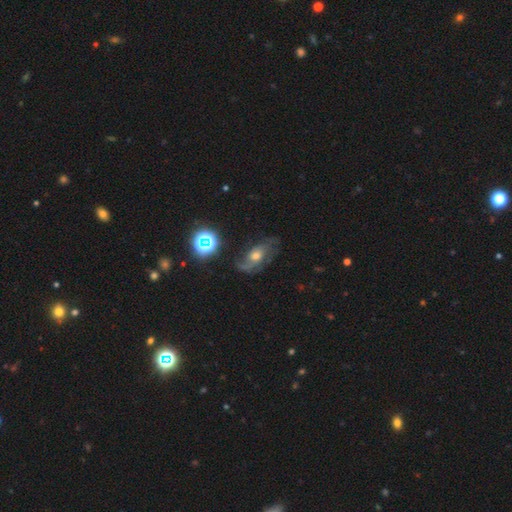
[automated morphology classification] featured or disk 66%, smooth 19%, star or artifact 14%. Down the decision tree: edge-on disk — no (93%); bar — no (68%); spiral arms — yes (88%); spiral arm count — 2 (56%); spiral winding — medium (41%); bulge size — moderate (63%); merging — none (56%).